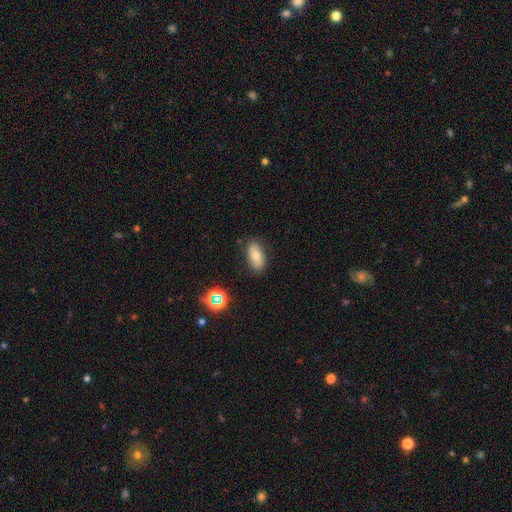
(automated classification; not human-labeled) Smooth or featured? smooth (70%)
How rounded? in between (90%)
Merging? none (84%)